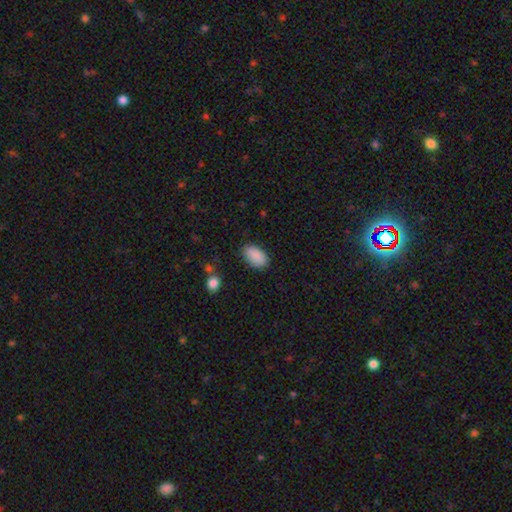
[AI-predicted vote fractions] Q: Smooth or featured?
A: smooth (90%); runner-up: star or artifact (7%)
Q: How rounded?
A: in between (93%); runner-up: round (5%)
Q: Merging?
A: none (83%); runner-up: minor disturbance (13%)